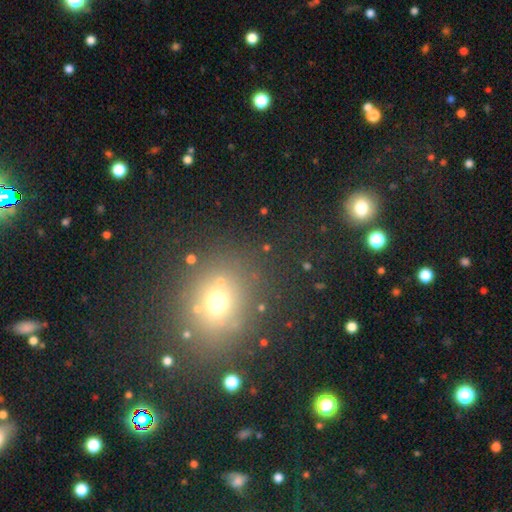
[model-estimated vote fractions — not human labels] smooth-or-featured: smooth: 52% | star or artifact: 35% | featured or disk: 13%
  how-rounded: round: 69% | in between: 29% | cigar-shaped: 2%
  merging: none: 79% | minor disturbance: 11% | major disturbance: 6% | merger: 5%